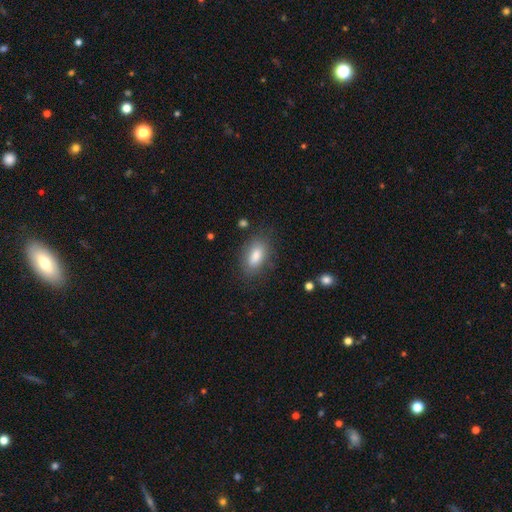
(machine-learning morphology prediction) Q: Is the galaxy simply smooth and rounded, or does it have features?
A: smooth — 82%.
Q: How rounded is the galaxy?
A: in between — 89%.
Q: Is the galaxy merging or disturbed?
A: none — 79%.